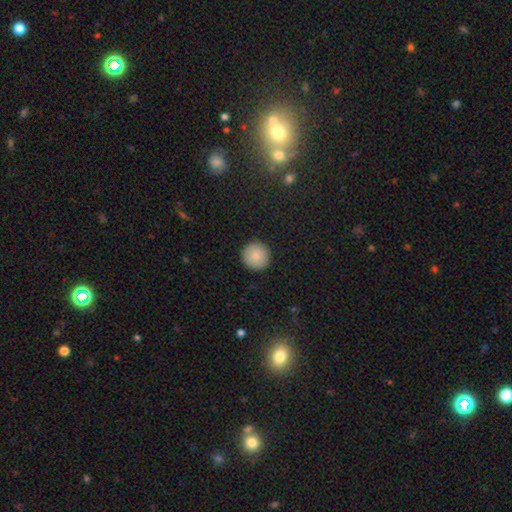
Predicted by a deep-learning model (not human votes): The model was most divided on "smooth or featured": smooth: 87%, star or artifact: 8%, featured or disk: 5%. More confident: how rounded — round (96%); merging — none (93%).